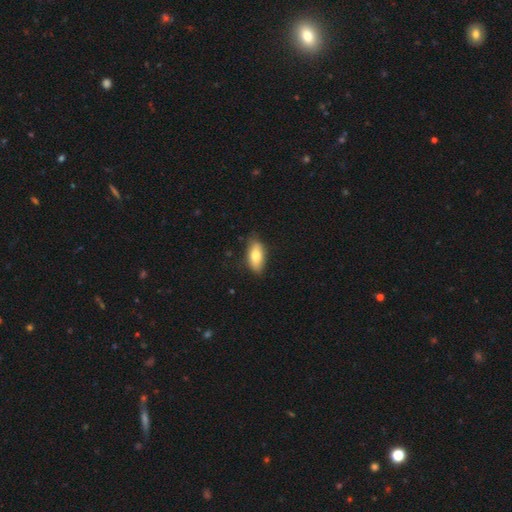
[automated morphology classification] smooth_or_featured: smooth (p=0.75) [alt: featured or disk p=0.18]
how_rounded: in between (p=0.85) [alt: cigar-shaped p=0.12]
merging: none (p=0.82) [alt: minor disturbance p=0.14]